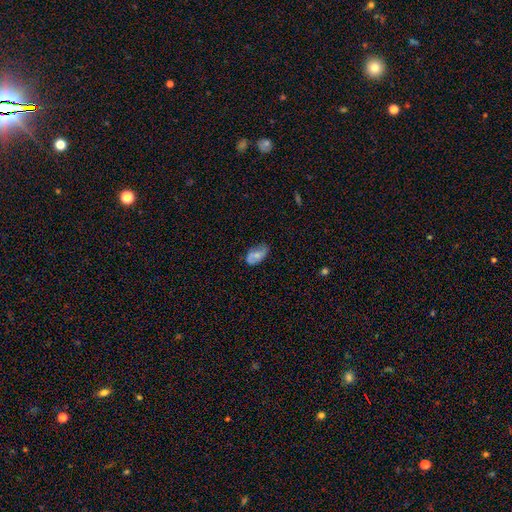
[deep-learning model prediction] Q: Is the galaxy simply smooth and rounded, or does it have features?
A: smooth — 65%.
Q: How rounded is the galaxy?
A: in between — 93%.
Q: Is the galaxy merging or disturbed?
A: none — 62%.